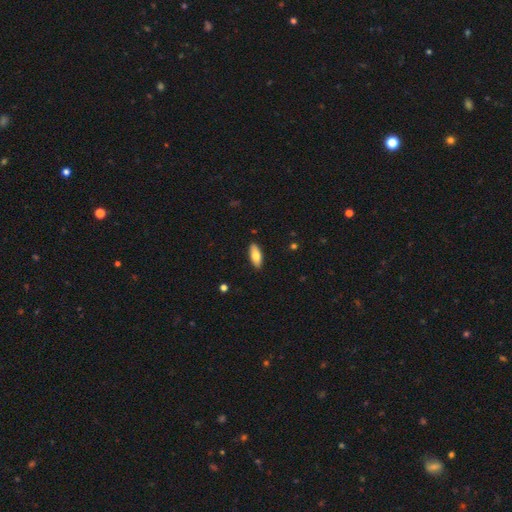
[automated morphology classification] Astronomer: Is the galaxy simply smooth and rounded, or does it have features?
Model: smooth — 74%.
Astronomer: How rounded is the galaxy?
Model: in between — 76%.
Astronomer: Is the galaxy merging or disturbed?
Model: none — 89%.